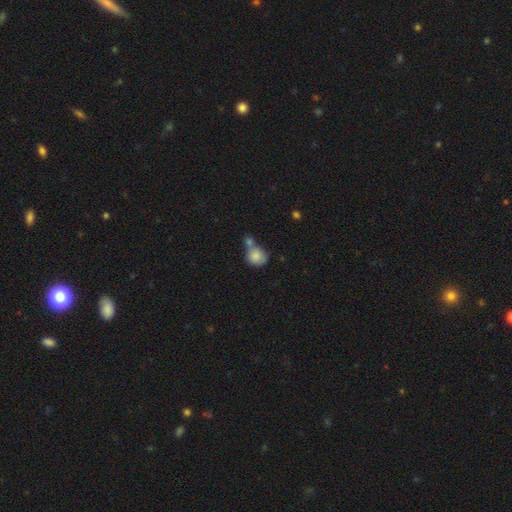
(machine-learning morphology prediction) A smooth galaxy with no disk features (84%) that is round (77%).

Vote fractions:
- Smooth or featured? smooth: 84% / featured or disk: 8% / star or artifact: 8%
- How rounded? round: 77% / in between: 22% / cigar-shaped: 1%
- Merging? merger: 47% / none: 36% / minor disturbance: 13% / major disturbance: 5%